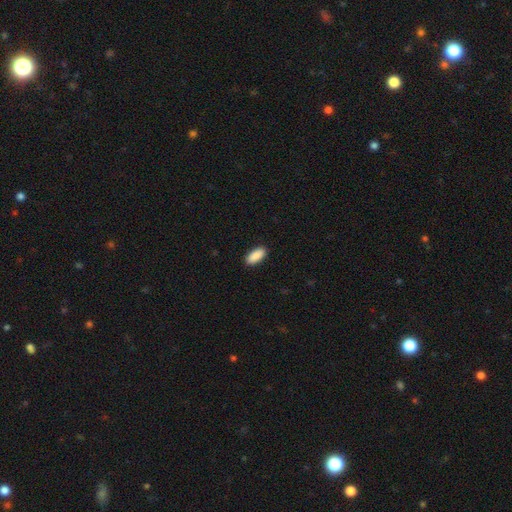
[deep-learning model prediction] Overall: smooth (91%). How rounded: in between (89%). Merging: none (90%).